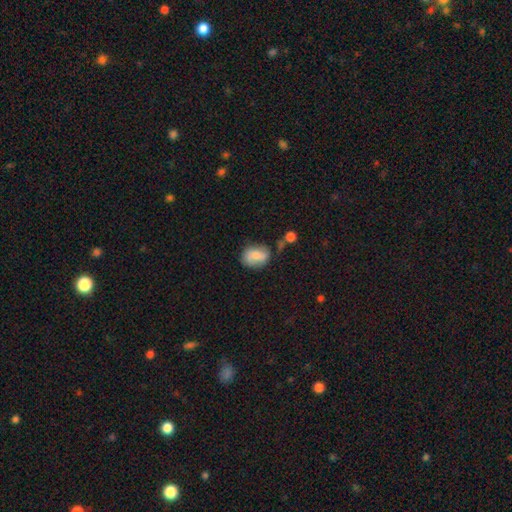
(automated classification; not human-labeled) Smooth or featured? smooth (74%)
How rounded? in between (65%)
Merging? none (60%)